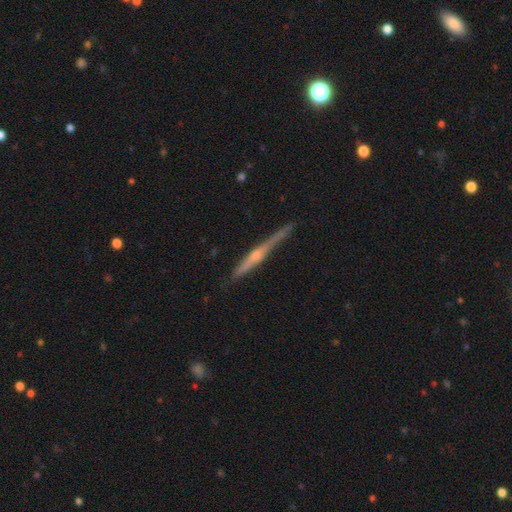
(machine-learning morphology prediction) type=featured or disk (77%); edge-on=yes (98%); edge-on bulge=rounded (77%); merging=none (82%).